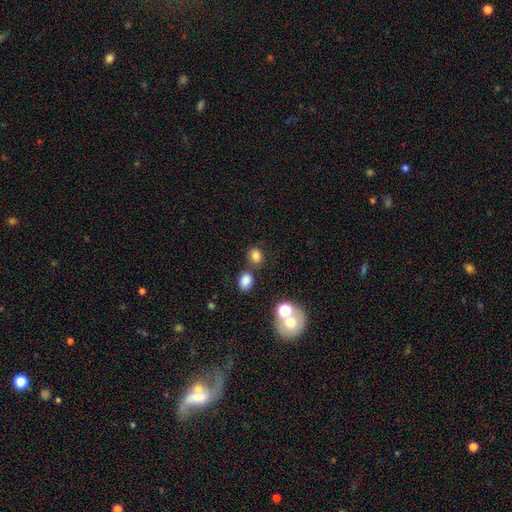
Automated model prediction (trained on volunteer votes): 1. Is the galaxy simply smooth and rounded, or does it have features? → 80% smooth, 14% star or artifact, 6% featured or disk.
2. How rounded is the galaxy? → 55% round, 44% in between, 1% cigar-shaped.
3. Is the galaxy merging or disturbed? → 66% none, 18% merger, 11% minor disturbance, 4% major disturbance.